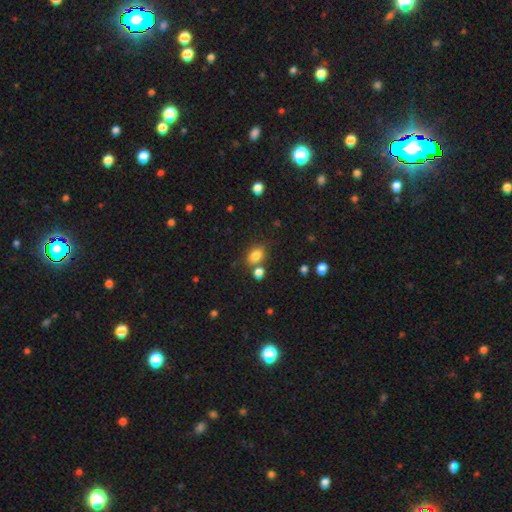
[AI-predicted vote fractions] This appears to be a smooth galaxy with no disk features (83%) that is in between round and cigar-shaped (74%). Merging: none (64%).